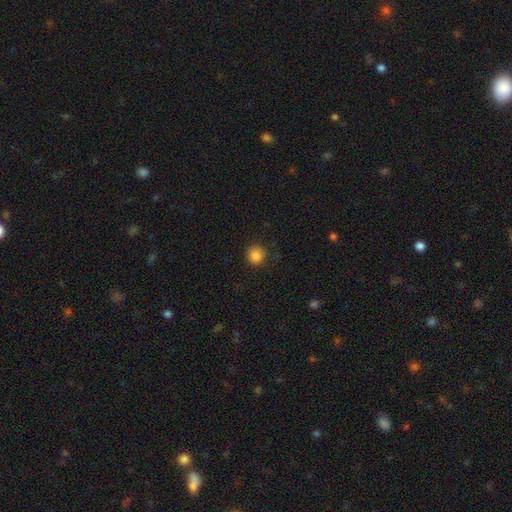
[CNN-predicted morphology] smooth_or_featured: smooth (p=0.85) [alt: star or artifact p=0.11]
how_rounded: round (p=0.92) [alt: in between p=0.07]
merging: none (p=0.86) [alt: minor disturbance p=0.10]